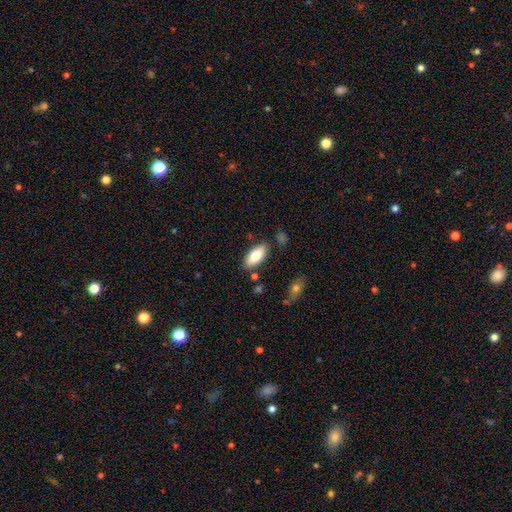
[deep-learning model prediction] This is clearly a smooth galaxy (81%). How rounded: clearly in between (87%). Merging: clearly none (83%).